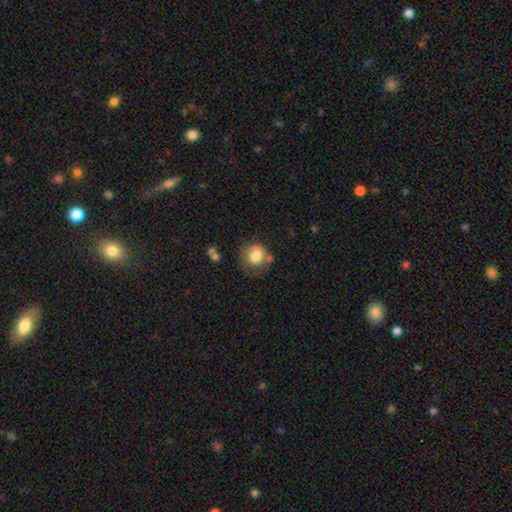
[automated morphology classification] Overall: smooth (74%). How rounded: round (82%). Merging: none (54%; minor disturbance 25%).